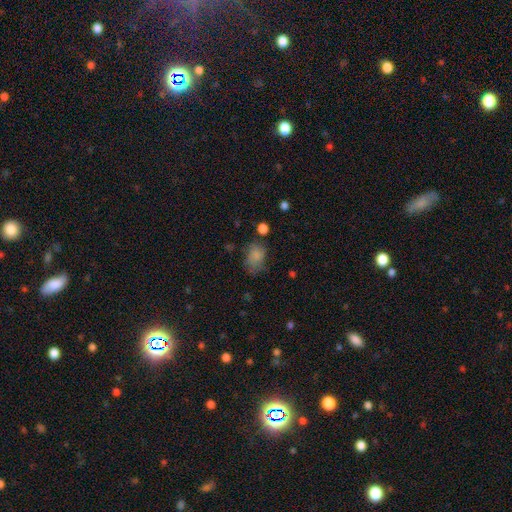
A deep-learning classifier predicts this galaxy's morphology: A smooth galaxy with no disk features (77%) that is in between round and cigar-shaped (71%). Merging: none (50%).